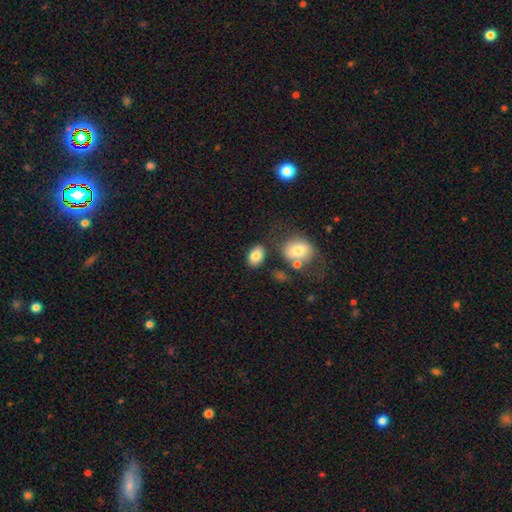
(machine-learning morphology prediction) Smooth or featured? Predicted: smooth (p=0.82). How rounded? Predicted: in between (p=0.78). Merging? Predicted: none (p=0.74).